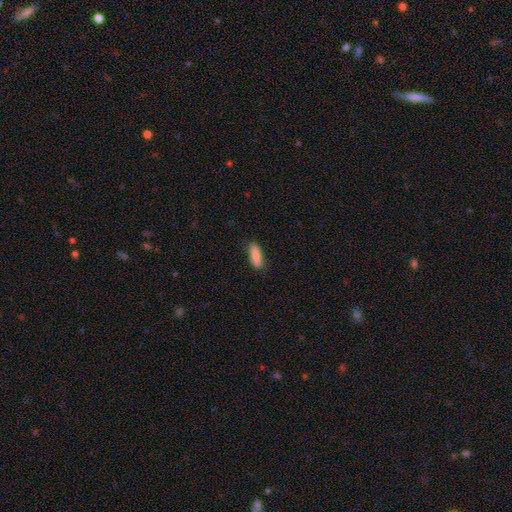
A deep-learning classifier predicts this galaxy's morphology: Smooth or featured?
  - smooth: 88% *
  - star or artifact: 6%
  - featured or disk: 5%
How rounded?
  - cigar-shaped: 51% *
  - in between: 47%
  - round: 2%
Merging?
  - none: 84% *
  - minor disturbance: 12%
  - major disturbance: 3%
  - merger: 1%